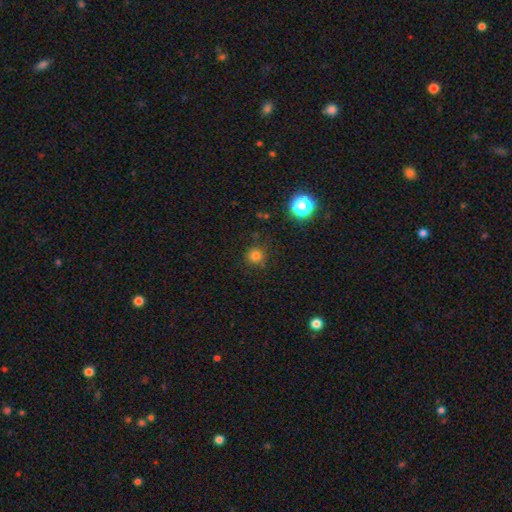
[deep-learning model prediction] Morphology: type=smooth (78%); roundness=round (93%); merging=none (85%).